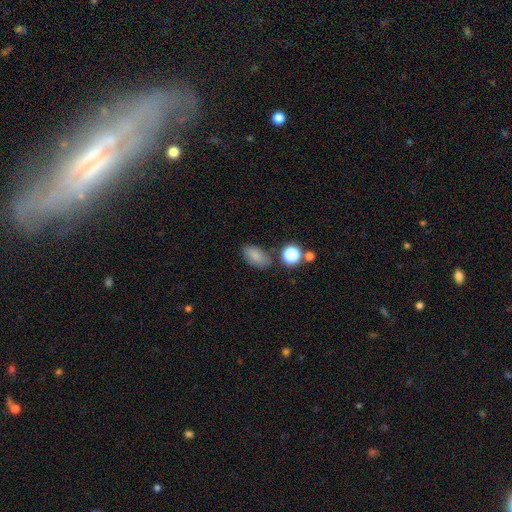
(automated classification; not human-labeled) The model was most divided on "merging": none: 73%, minor disturbance: 16%, merger: 6%, major disturbance: 5%. More confident: how rounded — in between (89%); smooth or featured — smooth (81%).